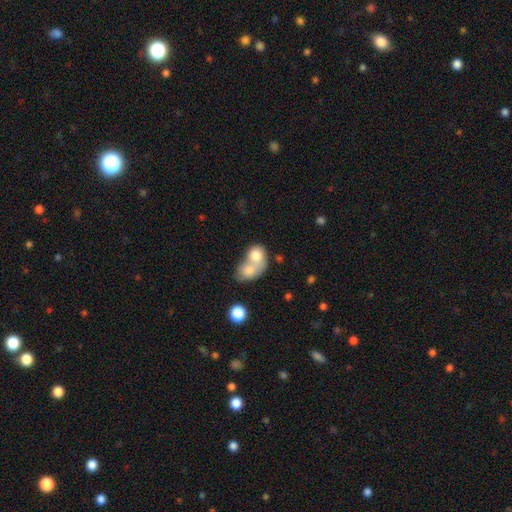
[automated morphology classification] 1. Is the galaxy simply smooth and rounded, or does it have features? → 73% smooth, 19% featured or disk, 7% star or artifact.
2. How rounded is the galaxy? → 53% in between, 45% round, 1% cigar-shaped.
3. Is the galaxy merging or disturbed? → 78% merger, 13% none, 5% minor disturbance, 4% major disturbance.